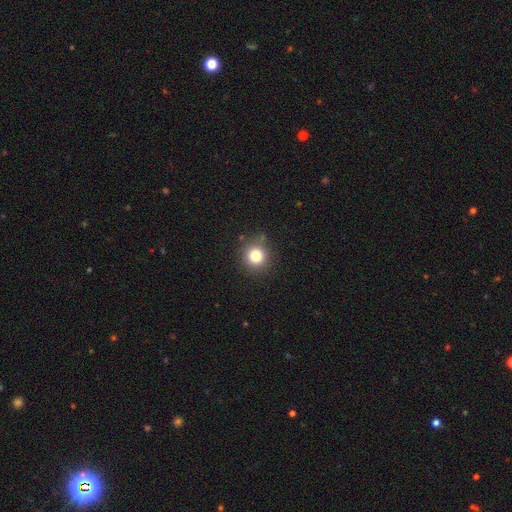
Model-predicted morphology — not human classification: Smooth or featured? Predicted: smooth (p=0.80). How rounded? Predicted: round (p=0.92). Merging? Predicted: none (p=0.83).